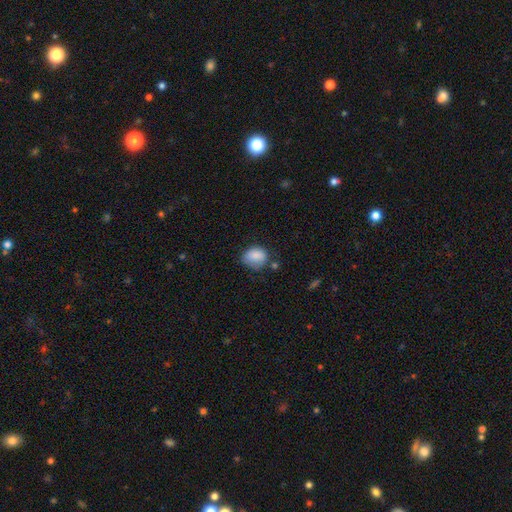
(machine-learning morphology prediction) Smooth or featured? Predicted: smooth (p=0.84). How rounded? Predicted: in between (p=0.54). Merging? Predicted: none (p=0.55).